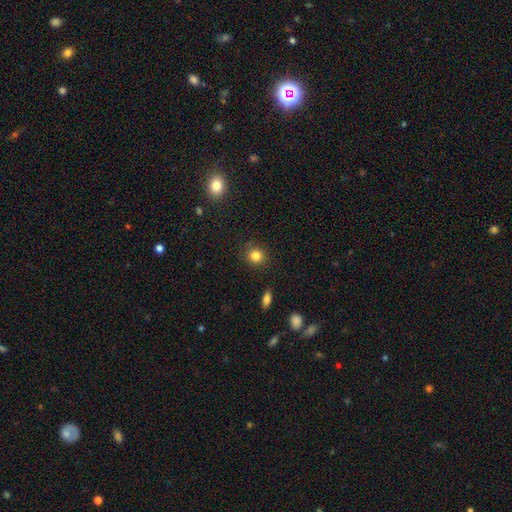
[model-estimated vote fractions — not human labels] Smooth or featured? Predicted: smooth (p=0.84). How rounded? Predicted: round (p=0.84). Merging? Predicted: none (p=0.86).